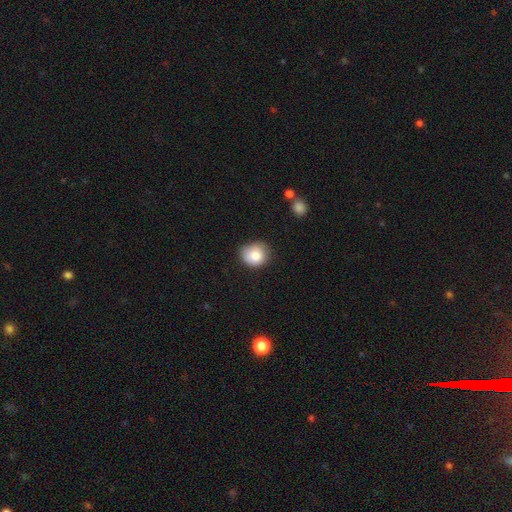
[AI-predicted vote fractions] Morphology: type=smooth (83%); roundness=round (78%); merging=none (64%).